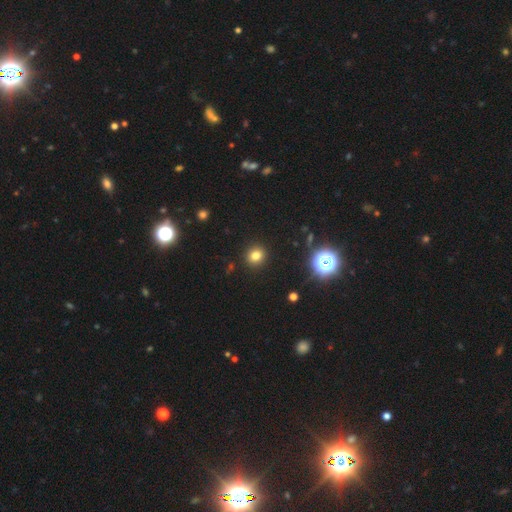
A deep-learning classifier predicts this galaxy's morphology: smooth-or-featured: smooth: 78% | star or artifact: 16% | featured or disk: 6%
  how-rounded: round: 84% | in between: 15% | cigar-shaped: 1%
  merging: none: 91% | minor disturbance: 5% | major disturbance: 2% | merger: 1%